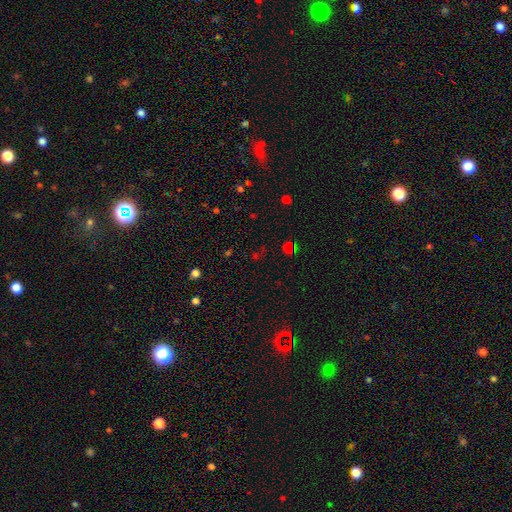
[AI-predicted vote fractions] Morphology: type=star or artifact (57%).